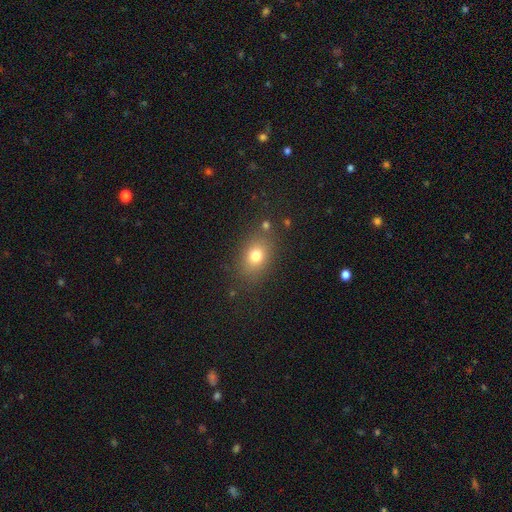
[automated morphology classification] Overall: smooth (76%). How rounded: in between (65%; round 33%). Merging: none (80%).